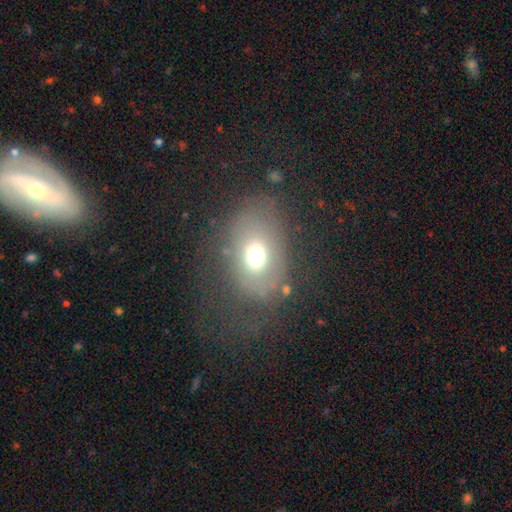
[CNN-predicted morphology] Q: Smooth or featured?
A: smooth (60%); runner-up: featured or disk (26%)
Q: How rounded?
A: in between (64%); runner-up: round (35%)
Q: Merging?
A: none (57%); runner-up: major disturbance (21%)